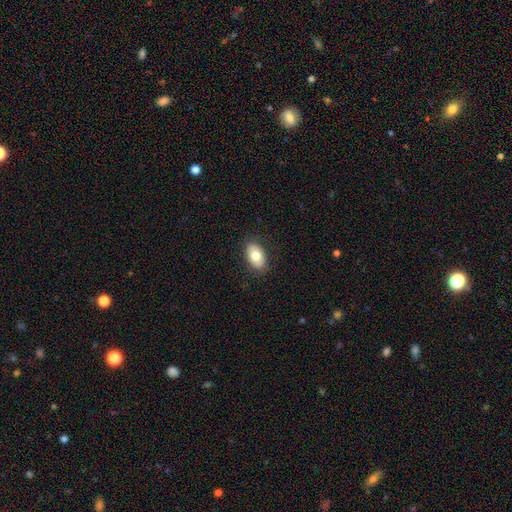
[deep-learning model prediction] The model was most divided on "smooth or featured": smooth: 77%, featured or disk: 16%, star or artifact: 7%. More confident: how rounded — in between (90%); merging — none (87%).